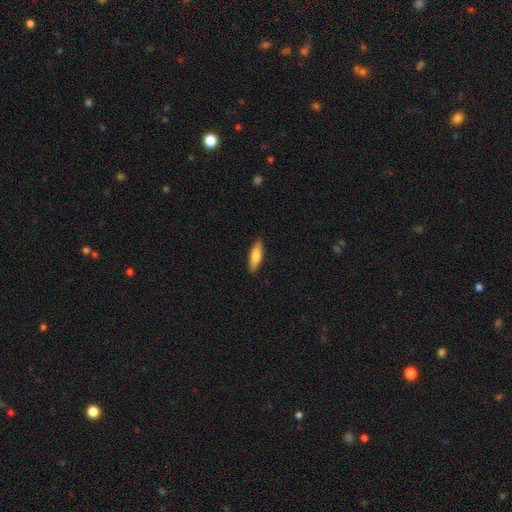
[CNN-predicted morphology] Smooth or featured? Predicted: smooth (p=0.74). How rounded? Predicted: cigar-shaped (p=0.55). Merging? Predicted: none (p=0.89).